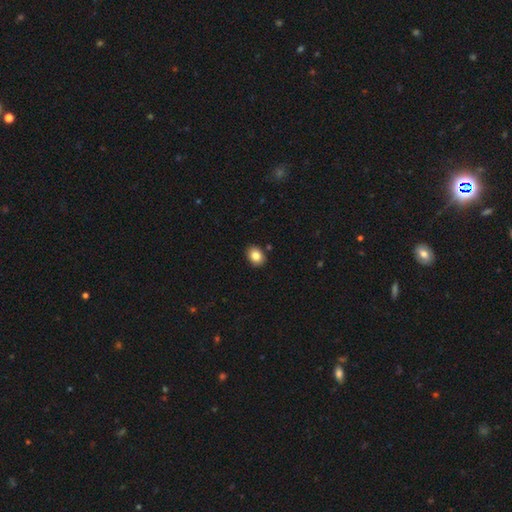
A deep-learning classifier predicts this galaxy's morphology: Smooth or featured? Predicted: smooth (p=0.84). How rounded? Predicted: in between (p=0.61). Merging? Predicted: none (p=0.88).